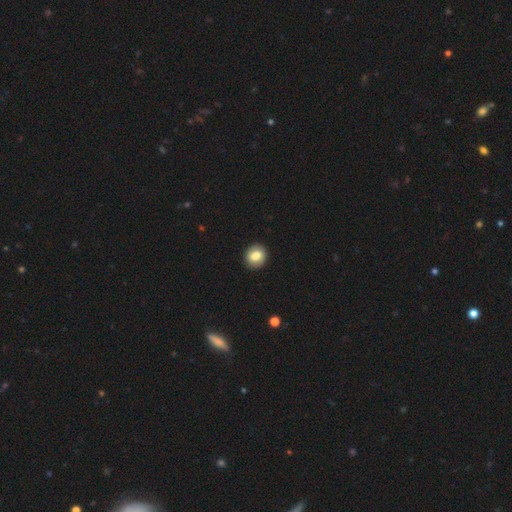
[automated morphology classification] smooth_or_featured: smooth (p=0.76) [alt: featured or disk p=0.16]
how_rounded: round (p=0.69) [alt: in between p=0.30]
merging: none (p=0.89) [alt: minor disturbance p=0.08]